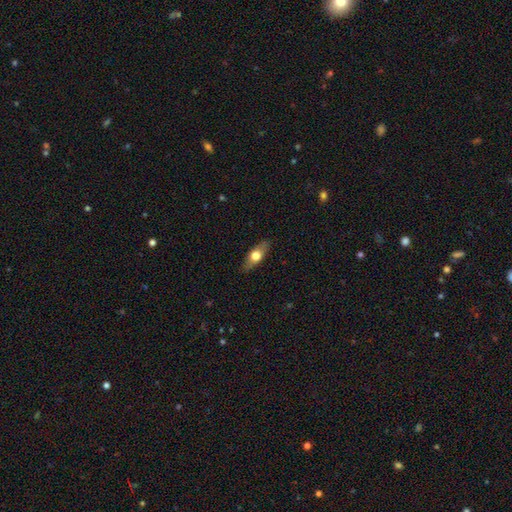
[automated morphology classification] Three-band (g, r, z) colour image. It shows a smooth galaxy with no disk features (56%) that is in between round and cigar-shaped (63%). Merging: none (87%).